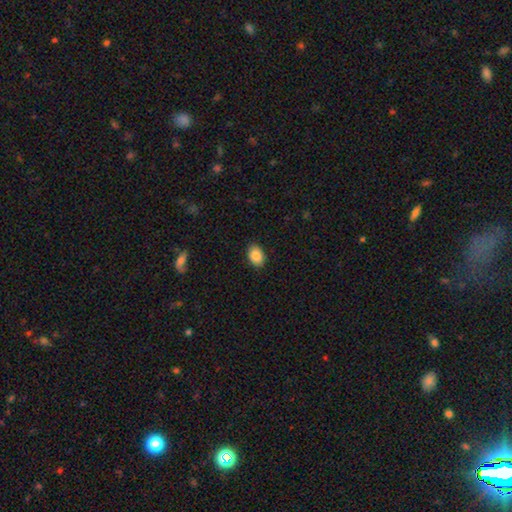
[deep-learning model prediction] smooth-or-featured: smooth: 88% | star or artifact: 8% | featured or disk: 5%
  how-rounded: in between: 79% | round: 20% | cigar-shaped: 1%
  merging: none: 87% | minor disturbance: 10% | major disturbance: 2% | merger: 1%